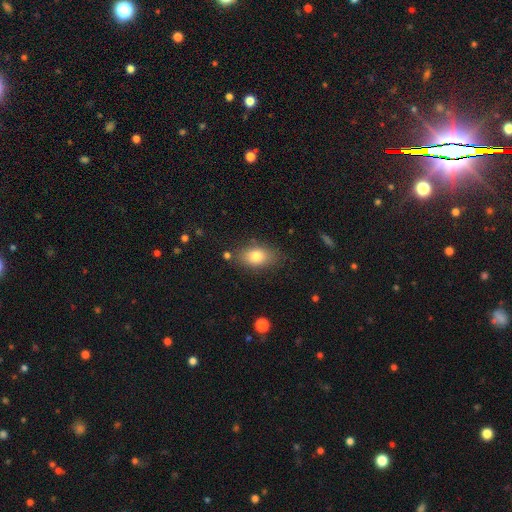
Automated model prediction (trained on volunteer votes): The model was most divided on "merging": none: 78%, minor disturbance: 14%, major disturbance: 4%, merger: 3%. More confident: how rounded — in between (84%); smooth or featured — smooth (79%).